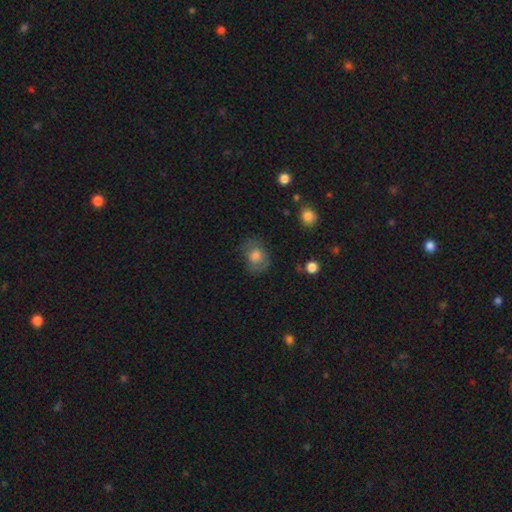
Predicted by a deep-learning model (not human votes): Smooth or featured: smooth — 71% (featured or disk — 20%)
How rounded: round — 56% (in between — 43%)
Merging: none — 61% (minor disturbance — 23%)